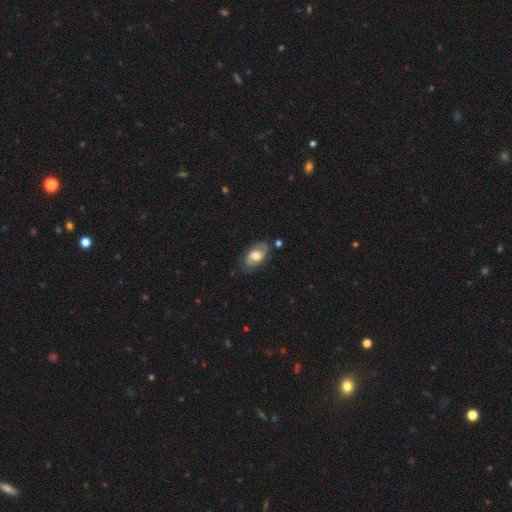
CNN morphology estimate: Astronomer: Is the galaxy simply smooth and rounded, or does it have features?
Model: featured or disk — 56% (runner-up: smooth, 37%).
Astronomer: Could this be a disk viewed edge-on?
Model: no — 93%.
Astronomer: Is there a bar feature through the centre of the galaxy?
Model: no — 50% (runner-up: weak, 39%).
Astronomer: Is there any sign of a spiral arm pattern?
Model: yes — 77%.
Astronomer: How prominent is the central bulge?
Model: moderate — 57%.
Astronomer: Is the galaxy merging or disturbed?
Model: none — 73%.